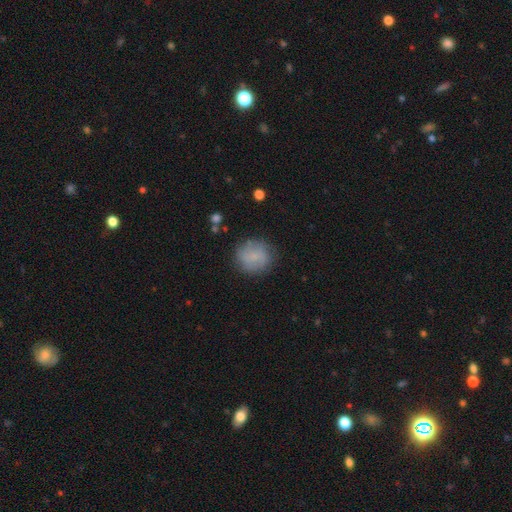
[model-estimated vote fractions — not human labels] smooth_or_featured: smooth (p=0.73) [alt: featured or disk p=0.19]
how_rounded: round (p=0.84) [alt: in between p=0.15]
merging: none (p=0.77) [alt: minor disturbance p=0.16]